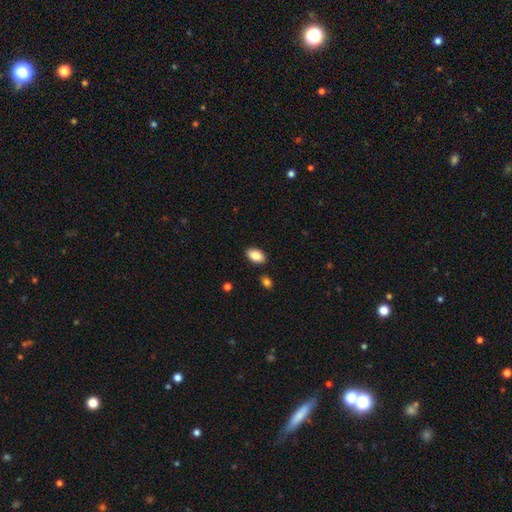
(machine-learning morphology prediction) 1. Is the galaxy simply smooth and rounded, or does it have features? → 88% smooth, 7% star or artifact, 5% featured or disk.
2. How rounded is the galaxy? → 92% in between, 6% round, 2% cigar-shaped.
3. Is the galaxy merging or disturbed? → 87% none, 9% minor disturbance, 2% merger, 2% major disturbance.